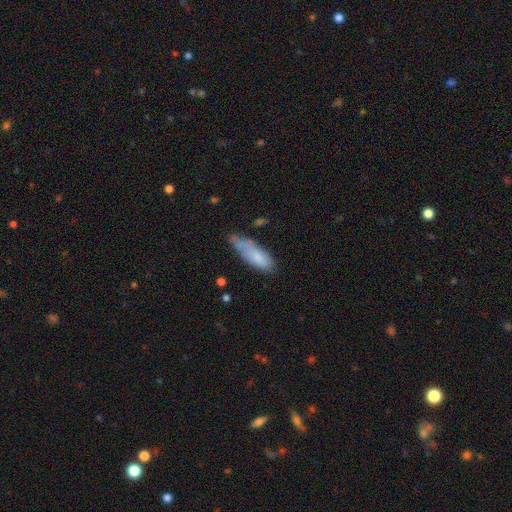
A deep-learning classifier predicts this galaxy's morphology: Smooth or featured?
  - smooth: 75% *
  - featured or disk: 18%
  - star or artifact: 7%
How rounded?
  - in between: 58% *
  - cigar-shaped: 40%
  - round: 2%
Merging?
  - none: 46% *
  - minor disturbance: 36%
  - major disturbance: 11%
  - merger: 7%